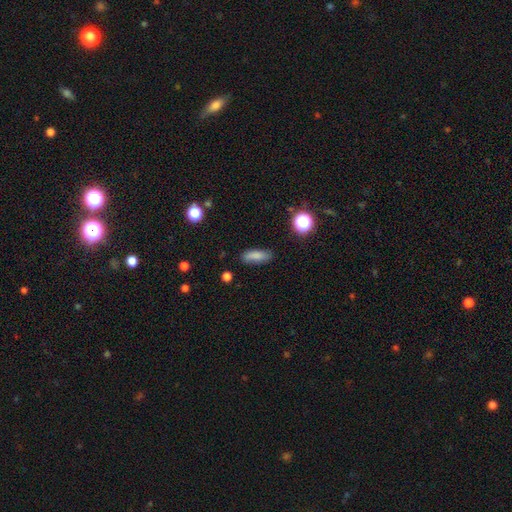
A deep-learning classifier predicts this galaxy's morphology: Q: Smooth or featured?
A: smooth (80%); runner-up: star or artifact (10%)
Q: How rounded?
A: in between (58%); runner-up: cigar-shaped (38%)
Q: Merging?
A: none (79%); runner-up: minor disturbance (16%)